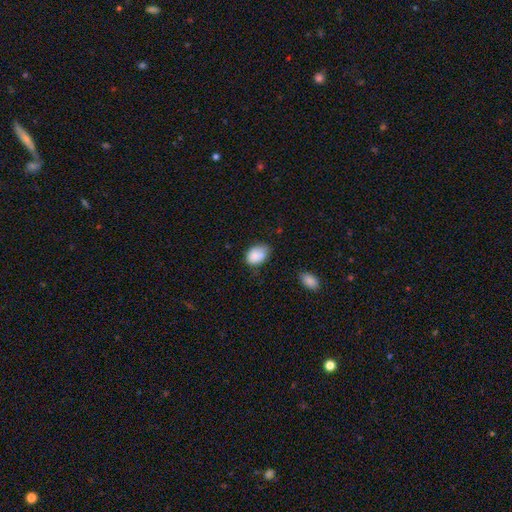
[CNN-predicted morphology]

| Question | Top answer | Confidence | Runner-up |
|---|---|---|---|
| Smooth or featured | smooth | 85% | star or artifact (8%) |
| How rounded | in between | 80% | round (19%) |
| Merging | none | 54% | minor disturbance (35%) |